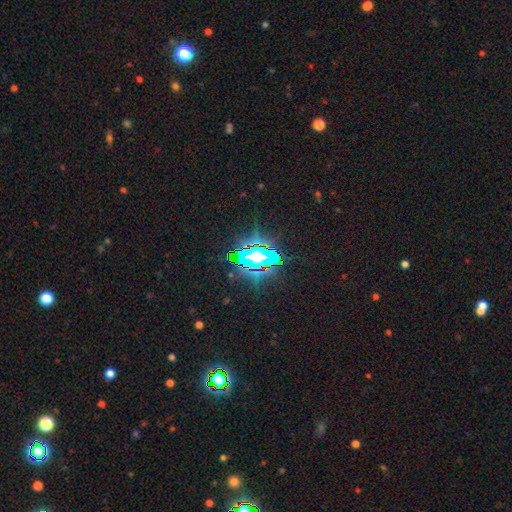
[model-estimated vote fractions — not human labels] Smooth or featured: star or artifact — 82% (smooth — 10%)